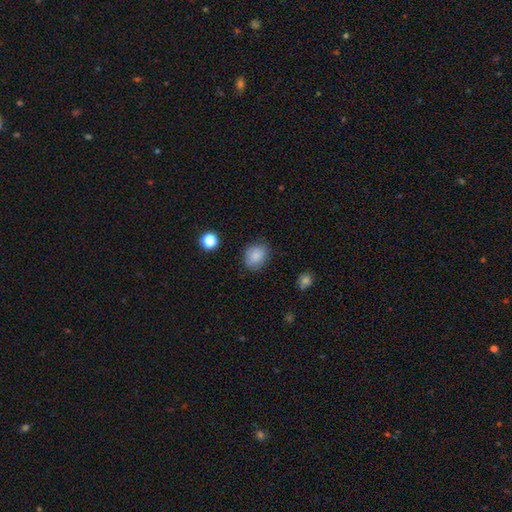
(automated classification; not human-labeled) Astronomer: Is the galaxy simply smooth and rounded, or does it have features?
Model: smooth — 85%.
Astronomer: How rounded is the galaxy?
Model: round — 60% (runner-up: in between, 39%).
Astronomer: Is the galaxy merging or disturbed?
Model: none — 80%.